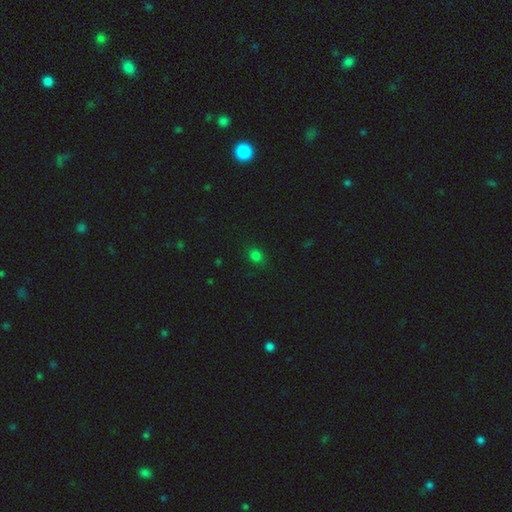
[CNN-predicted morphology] smooth_or_featured: smooth (p=0.77) [alt: star or artifact p=0.19]
how_rounded: round (p=0.59) [alt: in between p=0.39]
merging: none (p=0.84) [alt: minor disturbance p=0.11]